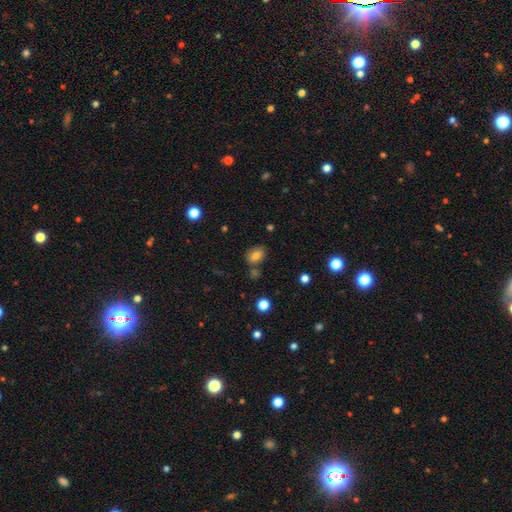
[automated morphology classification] Smooth or featured: smooth — 77% (star or artifact — 12%)
How rounded: in between — 69% (round — 30%)
Merging: none — 72% (minor disturbance — 15%)